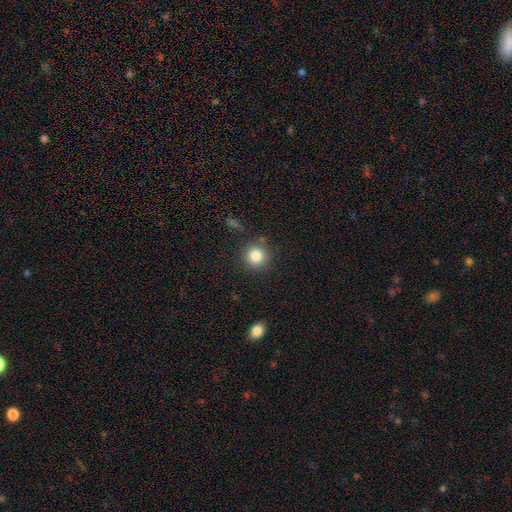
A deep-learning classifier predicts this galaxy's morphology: smooth-or-featured: smooth: 83% | star or artifact: 11% | featured or disk: 6%
  how-rounded: round: 92% | in between: 7% | cigar-shaped: 1%
  merging: none: 85% | minor disturbance: 9% | merger: 4% | major disturbance: 3%